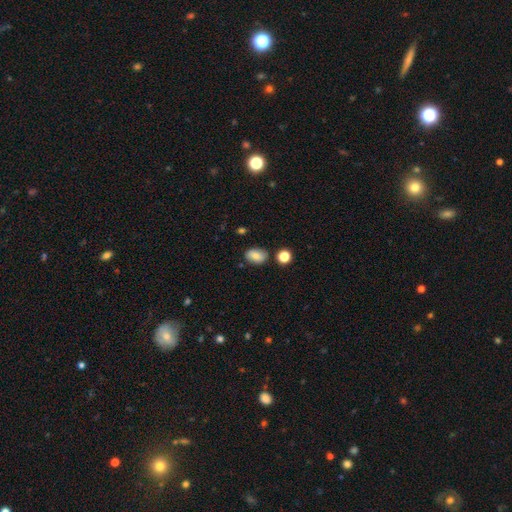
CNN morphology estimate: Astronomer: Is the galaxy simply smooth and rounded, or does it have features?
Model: smooth — 78%.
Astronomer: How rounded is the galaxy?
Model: in between — 80%.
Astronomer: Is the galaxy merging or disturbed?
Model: none — 79%.